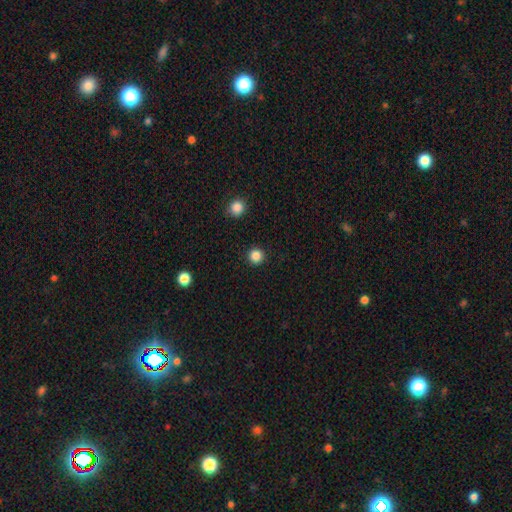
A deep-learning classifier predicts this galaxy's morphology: Q: Smooth or featured?
A: smooth (86%); runner-up: star or artifact (11%)
Q: How rounded?
A: round (95%); runner-up: in between (4%)
Q: Merging?
A: none (93%); runner-up: minor disturbance (4%)